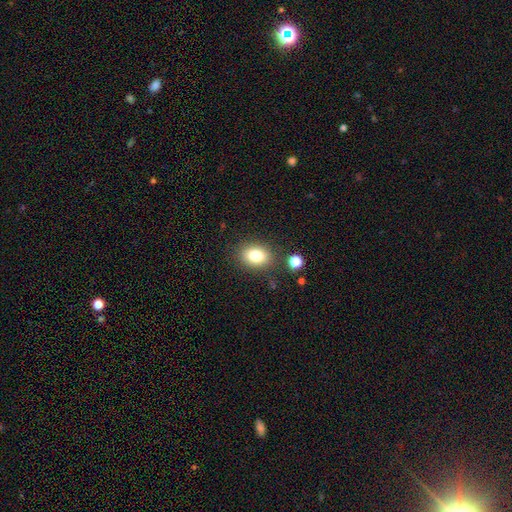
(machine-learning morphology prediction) This is clearly a smooth galaxy (82%). How rounded: likely in between (70%). Merging: clearly none (82%).